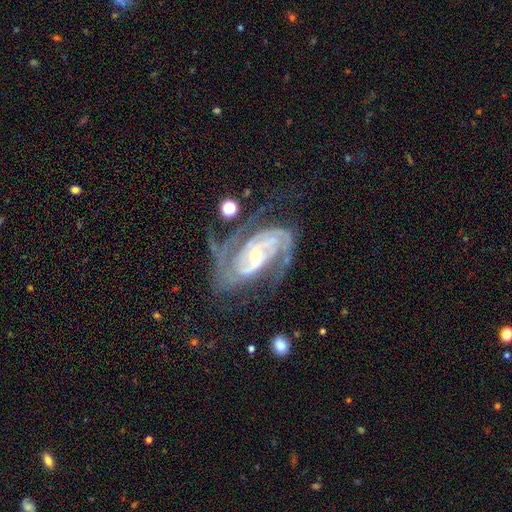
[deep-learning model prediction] A featured or disk galaxy (91%) with a weak bar (38%), 2 (67%) medium (46%) spiral arms (98%) and a small central bulge (66%). Merging: none (60%).